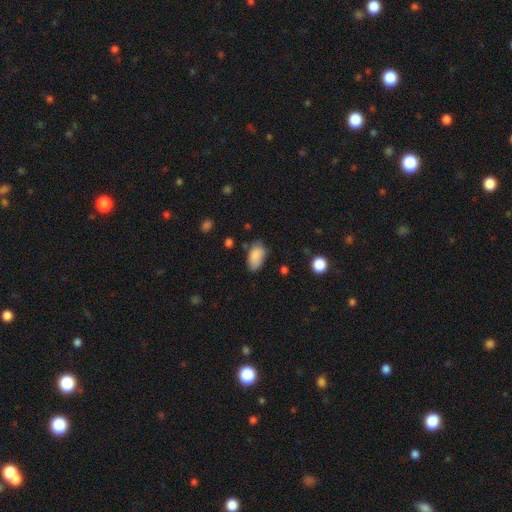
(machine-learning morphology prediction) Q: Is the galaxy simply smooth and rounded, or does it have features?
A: smooth — 86%.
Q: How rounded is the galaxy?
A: in between — 93%.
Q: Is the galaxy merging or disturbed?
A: none — 64%.